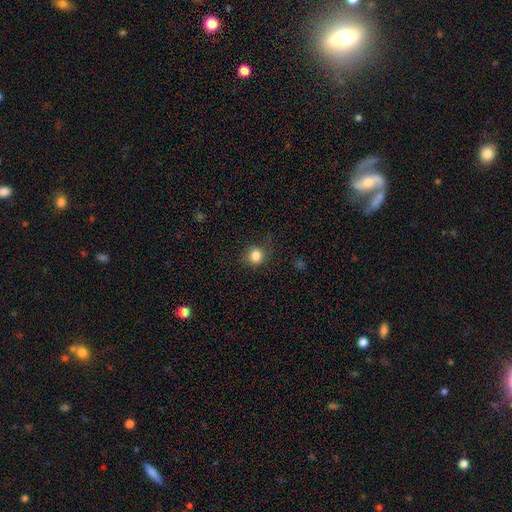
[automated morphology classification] Q: Smooth or featured?
A: smooth (82%); runner-up: star or artifact (11%)
Q: How rounded?
A: round (80%); runner-up: in between (19%)
Q: Merging?
A: none (76%); runner-up: minor disturbance (17%)